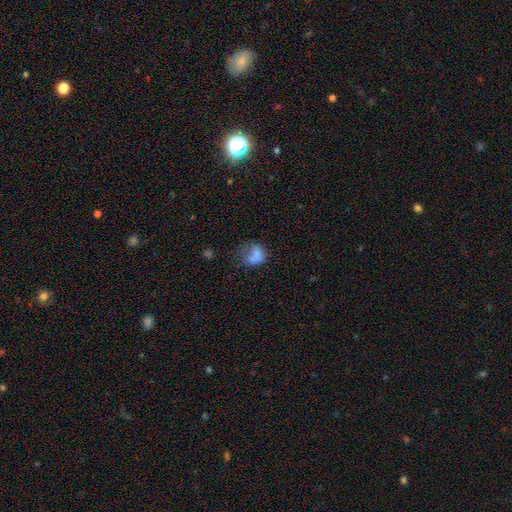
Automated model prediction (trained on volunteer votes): Morphology: type=smooth (64%); roundness=round (52%); merging=none (32%).